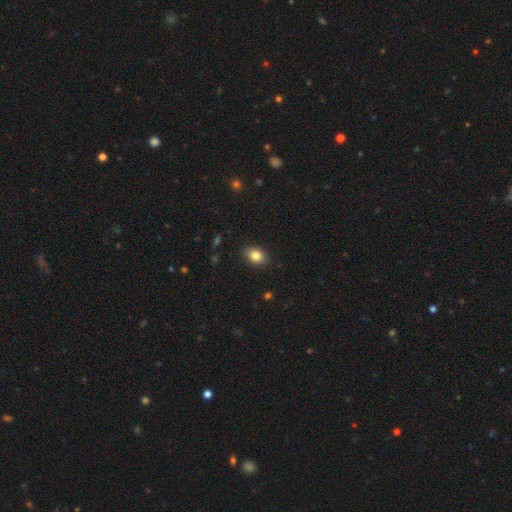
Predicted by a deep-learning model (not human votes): The model was most divided on "how rounded": in between: 70%, round: 29%, cigar-shaped: 1%. More confident: merging — none (88%); smooth or featured — smooth (84%).